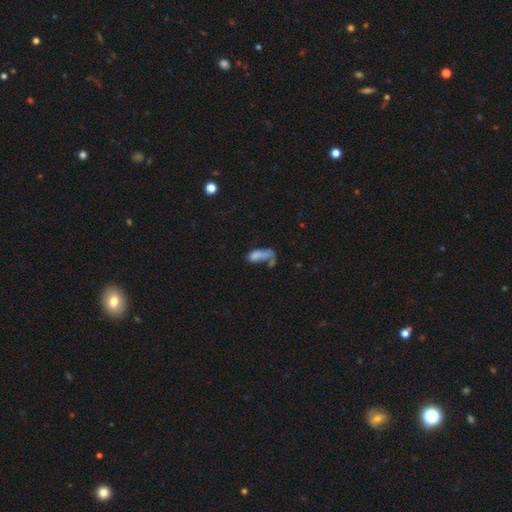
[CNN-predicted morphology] smooth_or_featured: smooth (p=0.67) [alt: featured or disk p=0.21]
how_rounded: in between (p=0.76) [alt: cigar-shaped p=0.19]
merging: merger (p=0.30) [alt: major disturbance p=0.29]